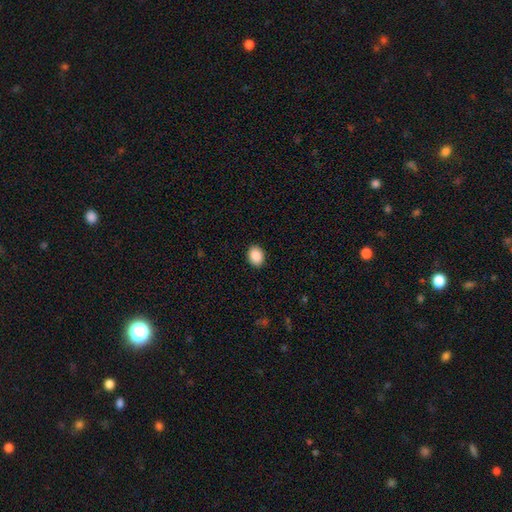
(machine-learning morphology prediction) This is clearly a smooth galaxy (90%). How rounded: likely in between (62%). Merging: clearly none (91%).